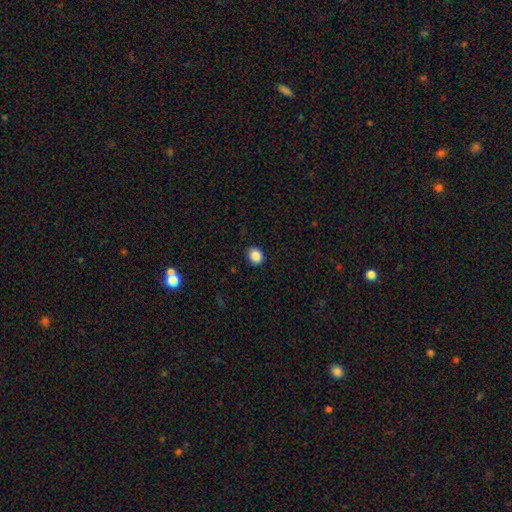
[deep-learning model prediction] Smooth or featured? Predicted: smooth (p=0.87). How rounded? Predicted: round (p=0.76). Merging? Predicted: none (p=0.89).